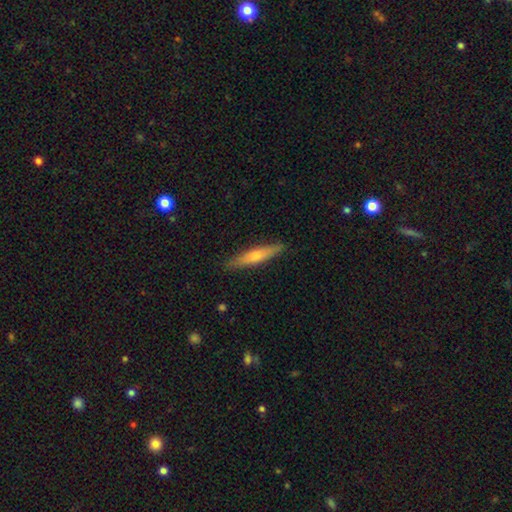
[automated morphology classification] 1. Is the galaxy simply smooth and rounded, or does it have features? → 63% smooth, 32% featured or disk, 5% star or artifact.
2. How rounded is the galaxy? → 87% cigar-shaped, 12% in between, 2% round.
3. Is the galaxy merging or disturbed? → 88% none, 9% minor disturbance, 2% major disturbance, 1% merger.